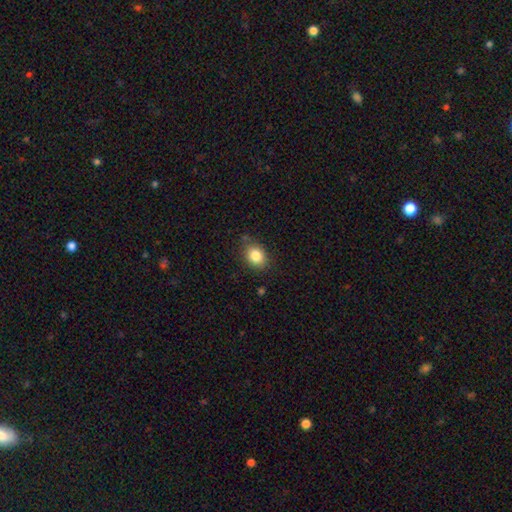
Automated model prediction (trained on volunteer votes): smooth-or-featured: smooth: 84% | star or artifact: 9% | featured or disk: 7%
  how-rounded: in between: 56% | round: 43% | cigar-shaped: 1%
  merging: none: 77% | minor disturbance: 16% | major disturbance: 4% | merger: 3%